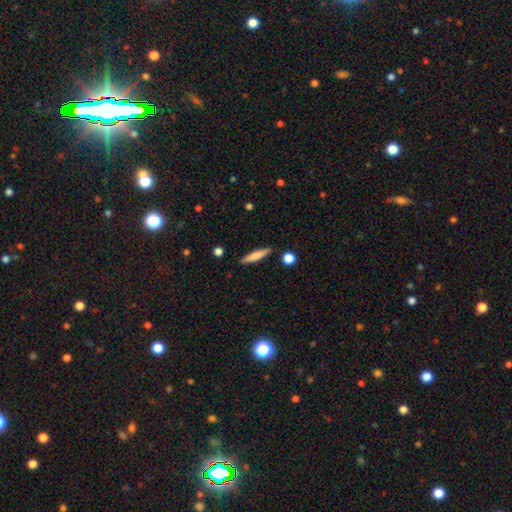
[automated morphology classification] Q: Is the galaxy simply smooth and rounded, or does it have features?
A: smooth — 71%.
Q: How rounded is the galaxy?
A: cigar-shaped — 88%.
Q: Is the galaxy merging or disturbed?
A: none — 88%.